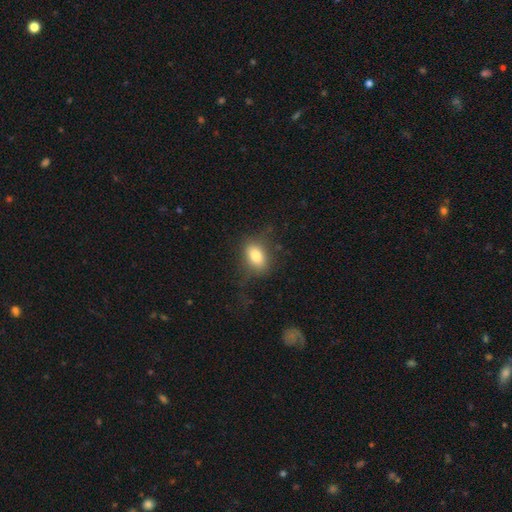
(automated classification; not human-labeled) Smooth or featured? smooth (80%)
How rounded? in between (82%)
Merging? none (70%)